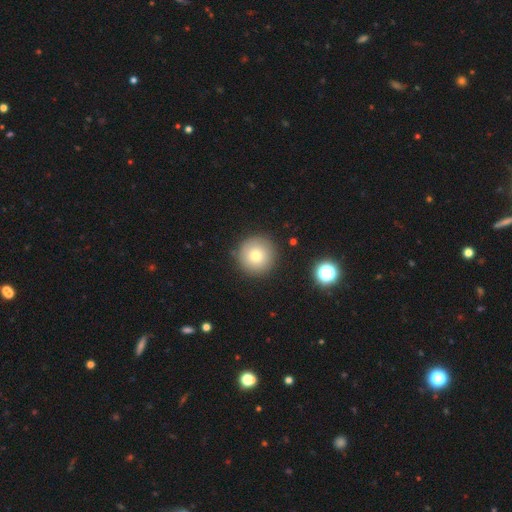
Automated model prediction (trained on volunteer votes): Smooth or featured?
  - smooth: 76% *
  - featured or disk: 13%
  - star or artifact: 12%
How rounded?
  - round: 96% *
  - in between: 3%
  - cigar-shaped: 1%
Merging?
  - none: 89% *
  - minor disturbance: 7%
  - major disturbance: 2%
  - merger: 2%